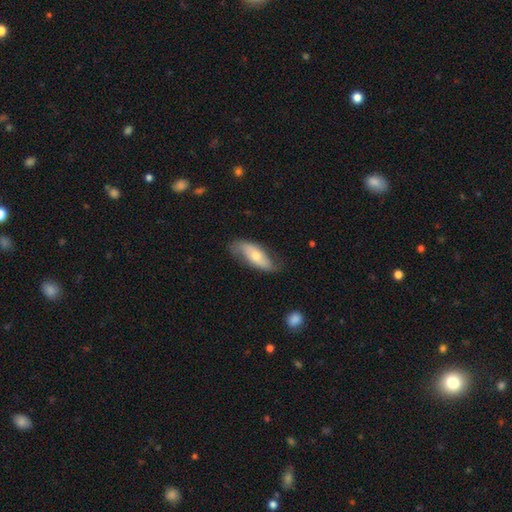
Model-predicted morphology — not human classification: A featured or disk galaxy (52%). Merging: none (64%).